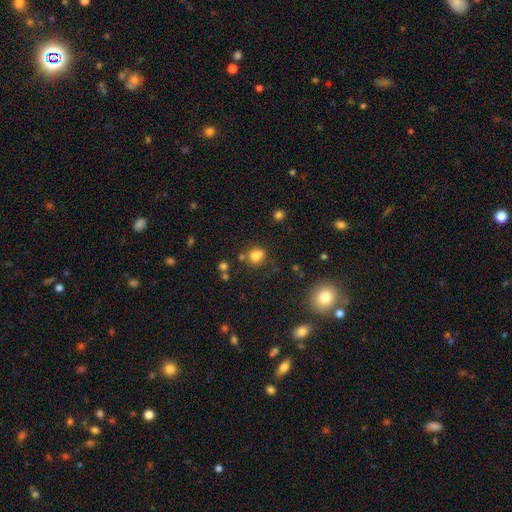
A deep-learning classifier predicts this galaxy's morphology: Overall: smooth (76%). How rounded: round (78%). Merging: none (57%; merger 22%).